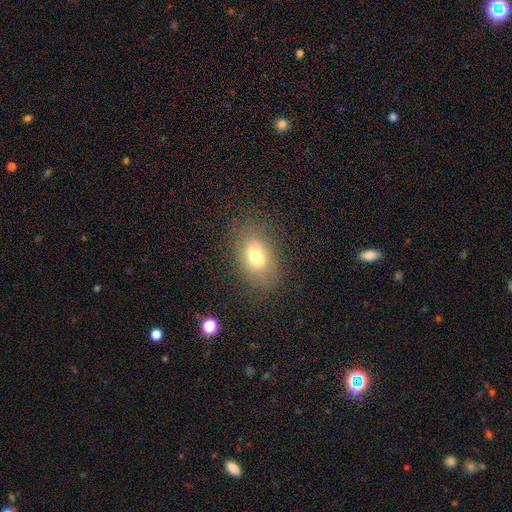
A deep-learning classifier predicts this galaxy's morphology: The model was most divided on "smooth or featured": smooth: 62%, featured or disk: 25%, star or artifact: 13%. More confident: how rounded — in between (85%); merging — none (62%).